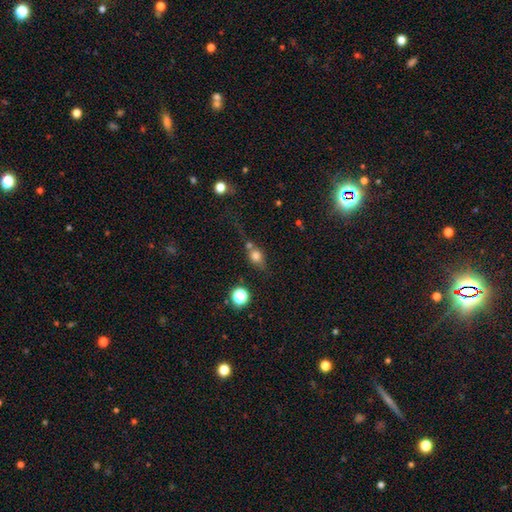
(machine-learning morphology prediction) Q: Smooth or featured?
A: smooth (69%); runner-up: featured or disk (16%)
Q: How rounded?
A: round (56%); runner-up: in between (39%)
Q: Merging?
A: none (43%); runner-up: merger (29%)